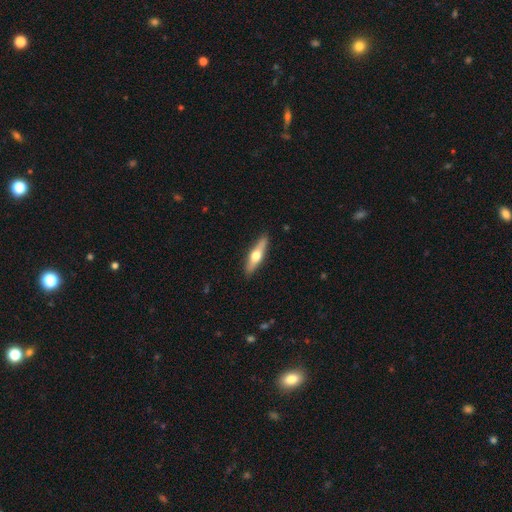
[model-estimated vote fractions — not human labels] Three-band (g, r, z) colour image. It shows a featured or disk galaxy (53%) viewed edge-on (92%). Merging: none (89%).